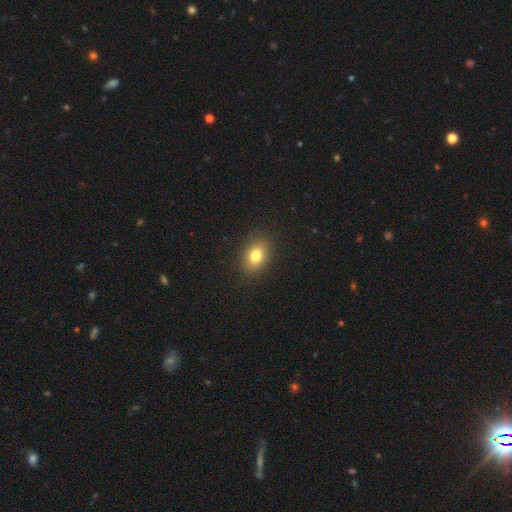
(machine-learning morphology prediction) A smooth galaxy with no disk features (80%) that is in between round and cigar-shaped (71%). Merging: none (88%).